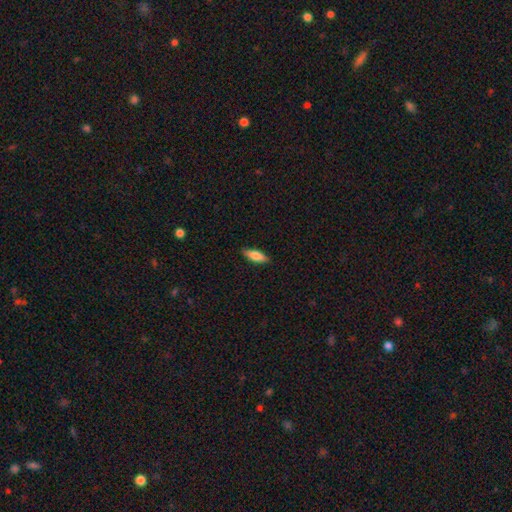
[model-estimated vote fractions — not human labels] Morphology: type=smooth (73%); roundness=in between (57%); merging=none (86%).